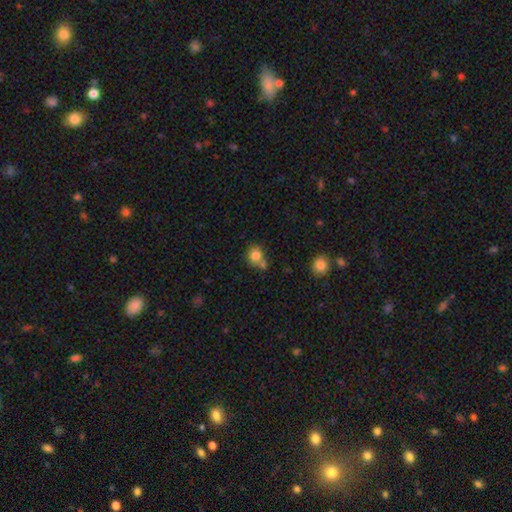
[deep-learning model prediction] smooth_or_featured: smooth (p=0.81) [alt: star or artifact p=0.11]
how_rounded: round (p=0.78) [alt: in between p=0.21]
merging: none (p=0.51) [alt: merger p=0.34]